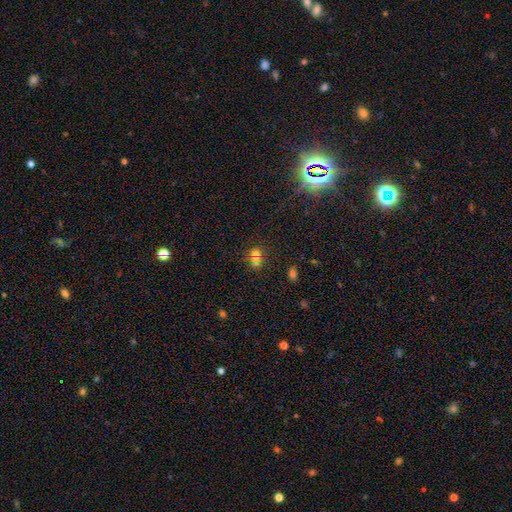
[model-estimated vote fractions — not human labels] Overall: smooth (55%; star or artifact 31%). How rounded: round (69%). Merging: none (45%; merger 36%).